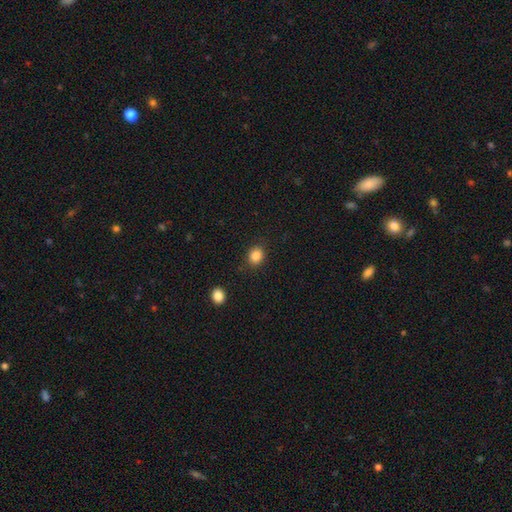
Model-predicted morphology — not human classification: type=smooth (86%); roundness=round (72%); merging=none (87%).